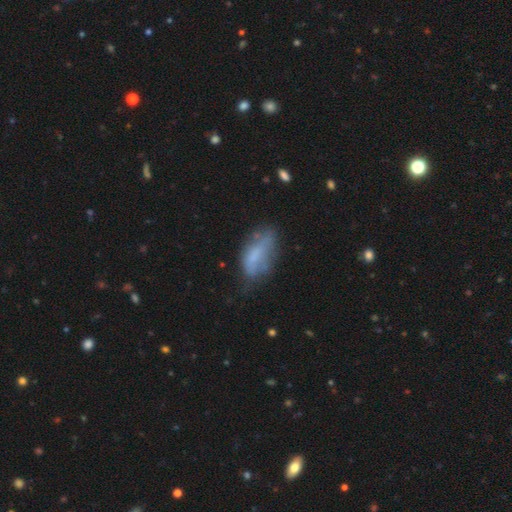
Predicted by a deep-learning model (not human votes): A smooth galaxy with no disk features (59%) that is in between round and cigar-shaped (86%).

Vote fractions:
- Smooth or featured? smooth: 59% / featured or disk: 31% / star or artifact: 10%
- How rounded? in between: 86% / cigar-shaped: 11% / round: 3%
- Merging? none: 41% / minor disturbance: 33% / major disturbance: 21% / merger: 5%